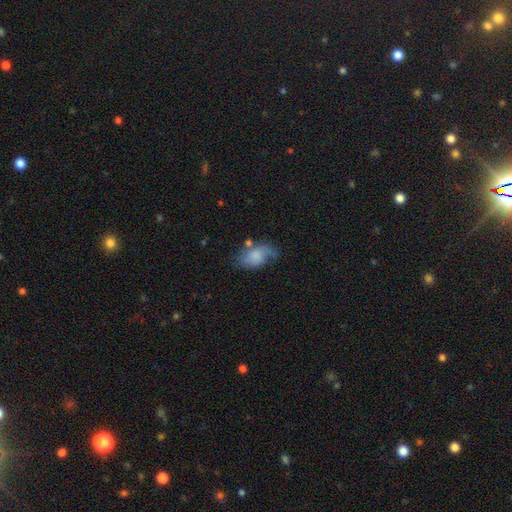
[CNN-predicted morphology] Smooth or featured? Predicted: smooth (p=0.55). How rounded? Predicted: in between (p=0.89). Merging? Predicted: none (p=0.43).